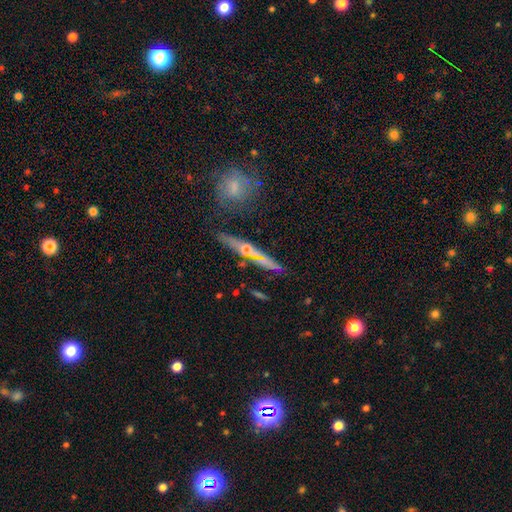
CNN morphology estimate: Overall: featured or disk (66%). Edge-on disk: yes (90%). Edge-on bulge: rounded (77%). Merging: none (76%).